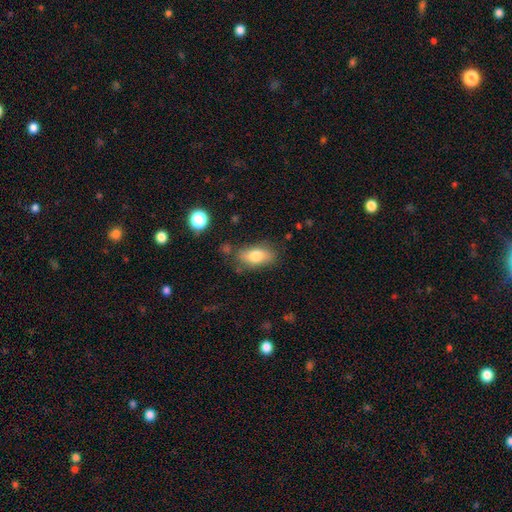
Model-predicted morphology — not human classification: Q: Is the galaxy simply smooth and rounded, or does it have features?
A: smooth — 76%.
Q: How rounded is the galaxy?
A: in between — 86%.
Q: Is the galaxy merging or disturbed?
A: none — 76%.